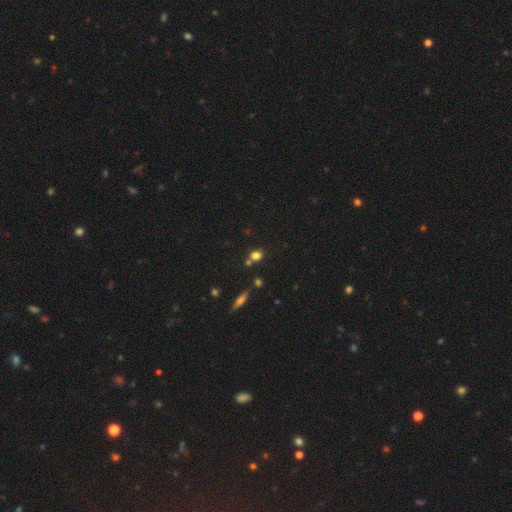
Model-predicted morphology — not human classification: This is likely a smooth galaxy (74%). How rounded: likely round (71%). Merging: likely none (67%).